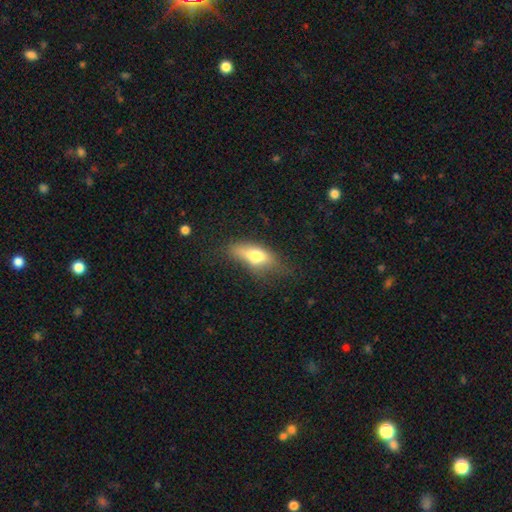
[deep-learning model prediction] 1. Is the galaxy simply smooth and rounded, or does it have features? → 65% smooth, 26% featured or disk, 9% star or artifact.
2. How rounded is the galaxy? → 71% in between, 23% cigar-shaped, 6% round.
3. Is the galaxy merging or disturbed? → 47% none, 30% minor disturbance, 19% major disturbance, 5% merger.